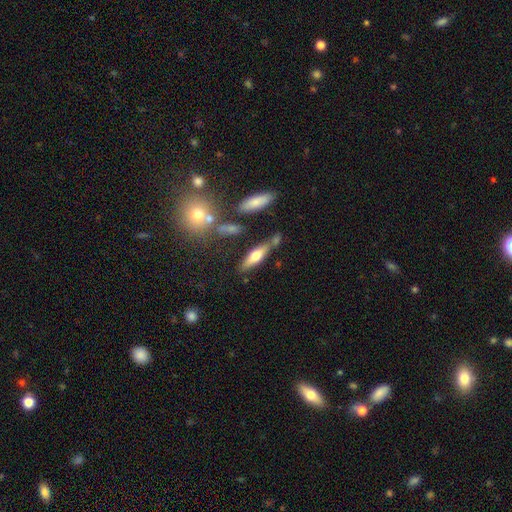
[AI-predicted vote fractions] smooth-or-featured: smooth: 51% | featured or disk: 41% | star or artifact: 8%
  how-rounded: cigar-shaped: 57% | in between: 40% | round: 3%
  merging: none: 67% | minor disturbance: 16% | merger: 12% | major disturbance: 5%